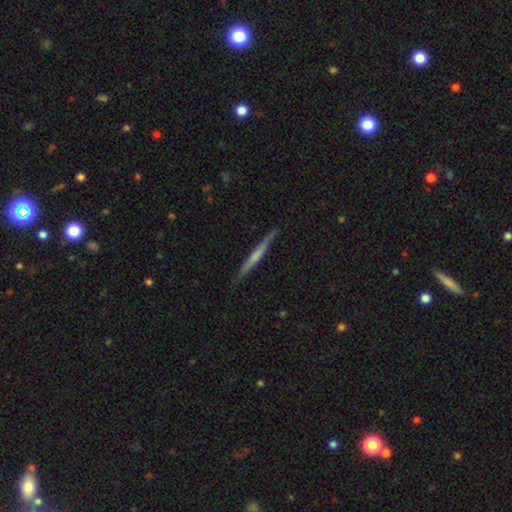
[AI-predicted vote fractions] The model was most divided on "smooth or featured": featured or disk: 53%, smooth: 42%, star or artifact: 5%. More confident: edge-on disk — yes (97%); merging — none (89%); edge-on bulge — none (68%).